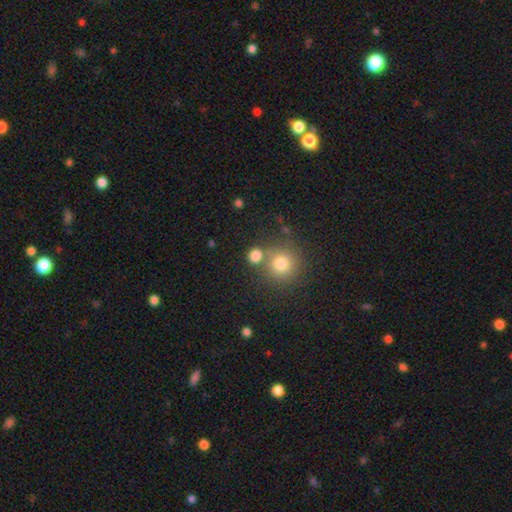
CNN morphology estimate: The model was most divided on "merging": none: 65%, merger: 23%, minor disturbance: 8%, major disturbance: 4%. More confident: how rounded — round (83%); smooth or featured — smooth (79%).